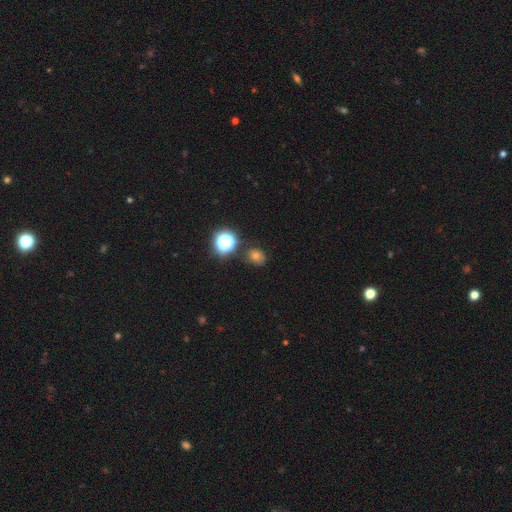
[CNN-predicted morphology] This is possibly a smooth galaxy (60%). How rounded: likely round (71%). Merging: clearly none (80%).